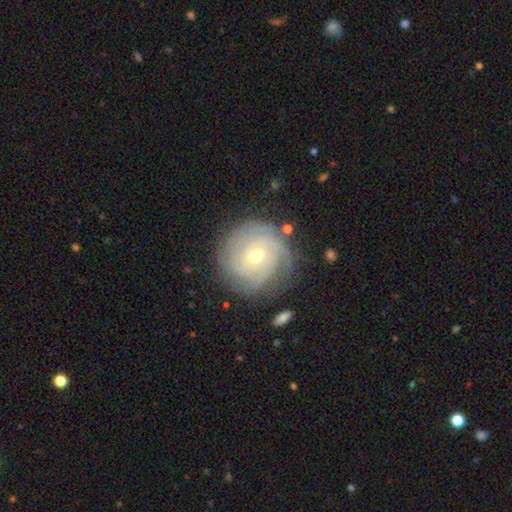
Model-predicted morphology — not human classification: Overall: featured or disk (80%). Edge-on disk: no (97%). Bar: no (56%; weak 36%). Spiral arms: yes (94%). Spiral arm count: can't tell (34%; 3 22%). Spiral winding: tight (76%). Bulge size: moderate (57%; small 39%). Merging: none (78%).